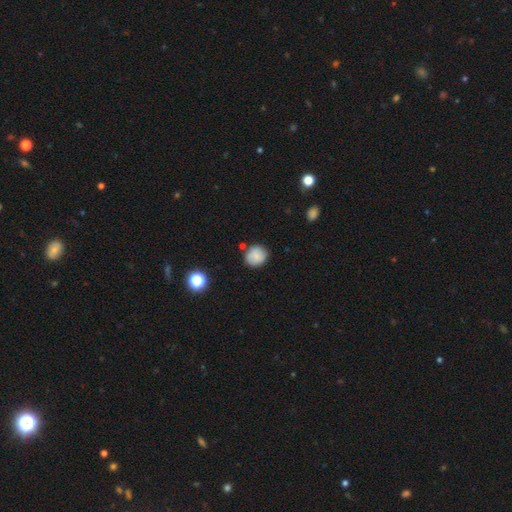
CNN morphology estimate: A smooth galaxy with no disk features (79%) that is round (82%). Merging: none (77%).